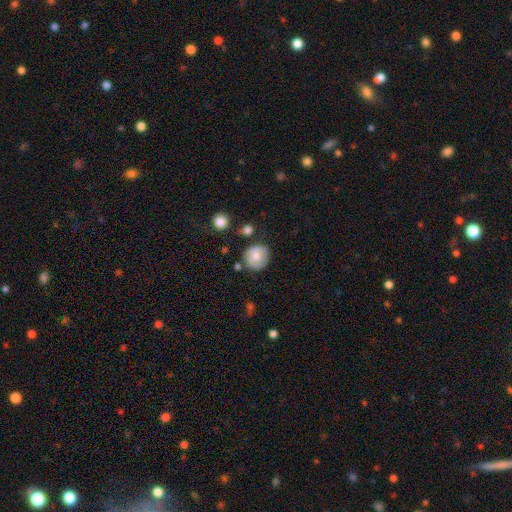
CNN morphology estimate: smooth-or-featured: smooth: 70% | featured or disk: 22% | star or artifact: 8%
  how-rounded: round: 89% | in between: 10% | cigar-shaped: 1%
  merging: none: 75% | minor disturbance: 16% | merger: 5% | major disturbance: 4%